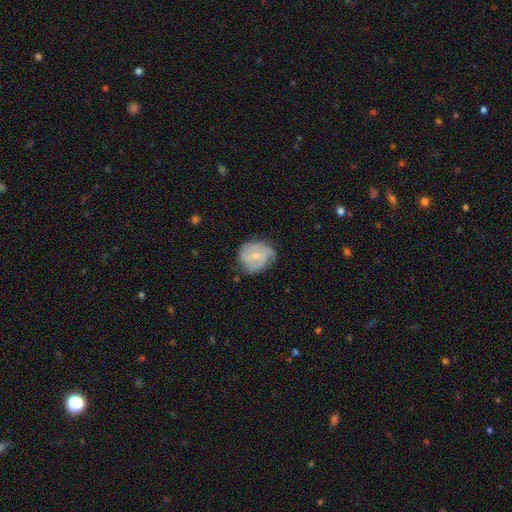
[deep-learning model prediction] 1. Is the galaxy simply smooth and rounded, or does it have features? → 65% featured or disk, 28% smooth, 6% star or artifact.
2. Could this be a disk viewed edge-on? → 98% no, 2% yes.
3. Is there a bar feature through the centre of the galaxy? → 56% no, 37% weak, 6% strong.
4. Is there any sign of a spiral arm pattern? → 87% yes, 13% no.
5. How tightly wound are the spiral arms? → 50% tight, 37% medium, 13% loose.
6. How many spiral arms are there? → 31% can't tell, 28% 3, 24% 2, 7% 4, 5% 1, 4% more than 4.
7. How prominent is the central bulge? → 60% small, 34% moderate, 4% none, 1% large, 1% dominant.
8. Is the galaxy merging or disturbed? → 61% none, 28% minor disturbance, 10% major disturbance, 1% merger.